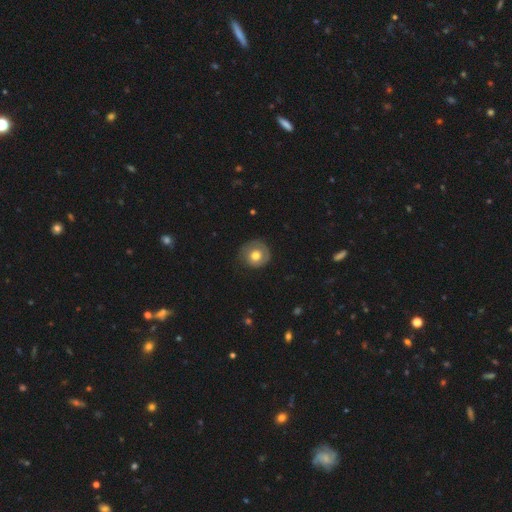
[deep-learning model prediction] smooth-or-featured: smooth: 65% | featured or disk: 27% | star or artifact: 8%
  how-rounded: round: 90% | in between: 9% | cigar-shaped: 1%
  merging: none: 76% | minor disturbance: 17% | major disturbance: 6% | merger: 1%